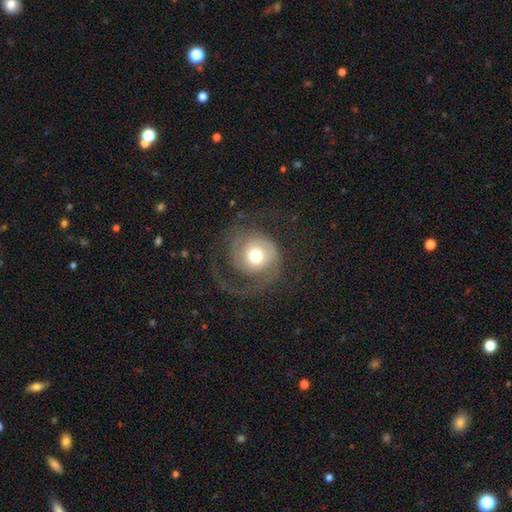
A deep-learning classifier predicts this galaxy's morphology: type=featured or disk (68%); edge-on=no (97%); bar=no (76%); spiral arms=yes (88%); winding=medium (37%); arm count=1 (56%); bulge=moderate (65%); merging=none (49%).